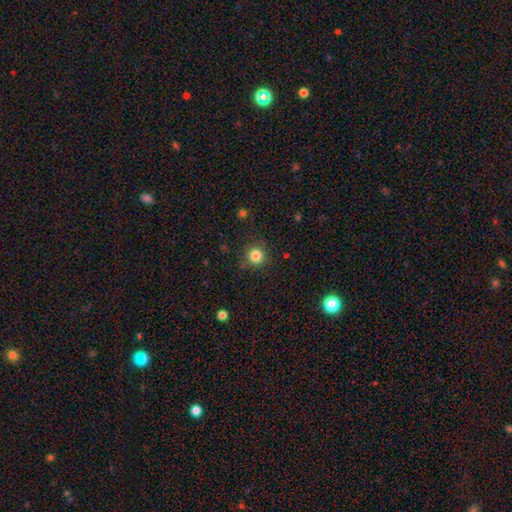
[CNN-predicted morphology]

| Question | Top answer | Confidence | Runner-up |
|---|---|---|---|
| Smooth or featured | smooth | 83% | star or artifact (12%) |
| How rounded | round | 94% | in between (5%) |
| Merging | none | 86% | minor disturbance (9%) |